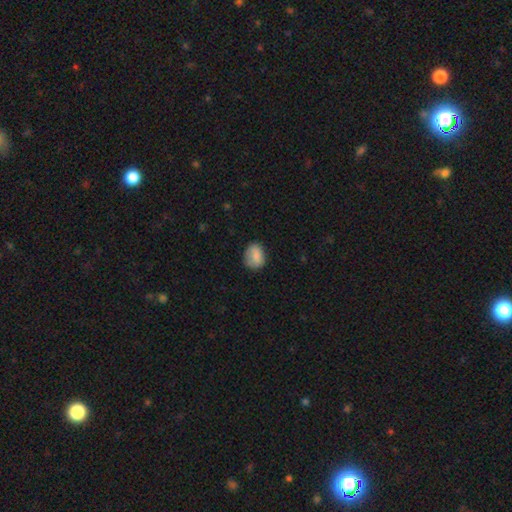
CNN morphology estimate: A smooth galaxy with no disk features (81%) that is in between round and cigar-shaped (56%). Merging: none (71%).